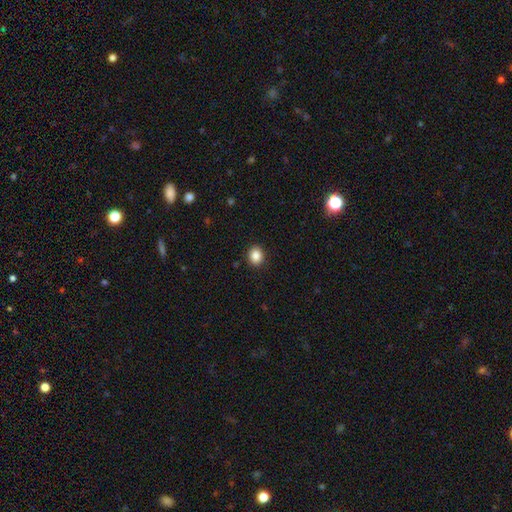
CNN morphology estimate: smooth-or-featured: smooth: 86% | star or artifact: 10% | featured or disk: 4%
  how-rounded: round: 63% | in between: 36% | cigar-shaped: 1%
  merging: none: 91% | minor disturbance: 6% | major disturbance: 2% | merger: 1%